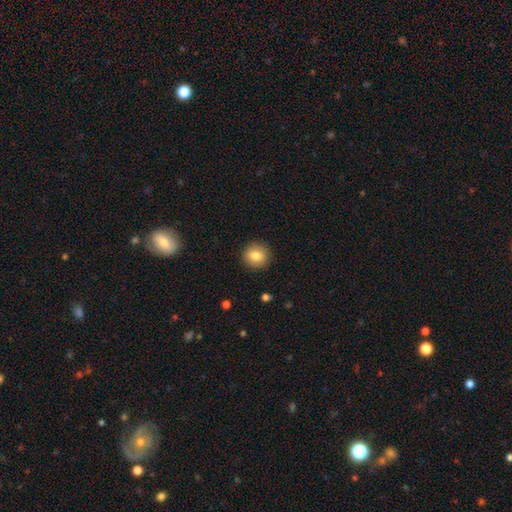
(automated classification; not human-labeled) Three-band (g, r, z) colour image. It shows a smooth galaxy with no disk features (82%) that is round (89%). Merging: none (90%).